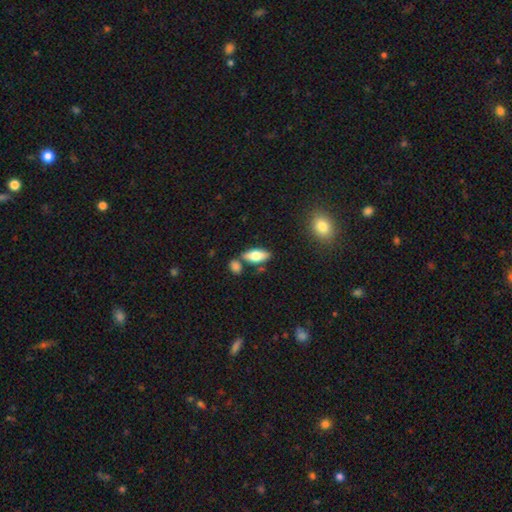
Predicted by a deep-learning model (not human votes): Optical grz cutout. It shows a smooth galaxy with no disk features (68%) that is in between round and cigar-shaped (81%). Merging: none (73%).